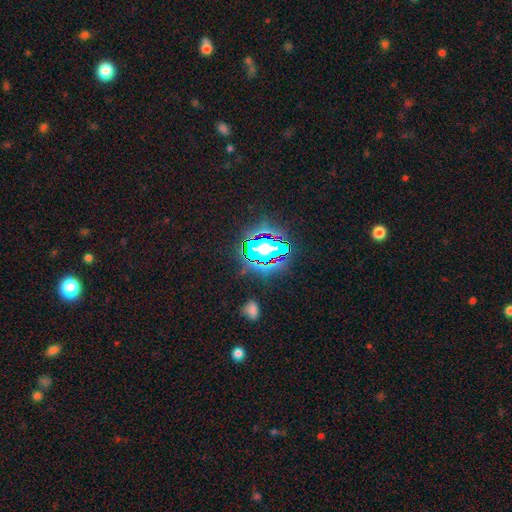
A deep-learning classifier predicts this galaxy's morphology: Overall: star or artifact (81%).